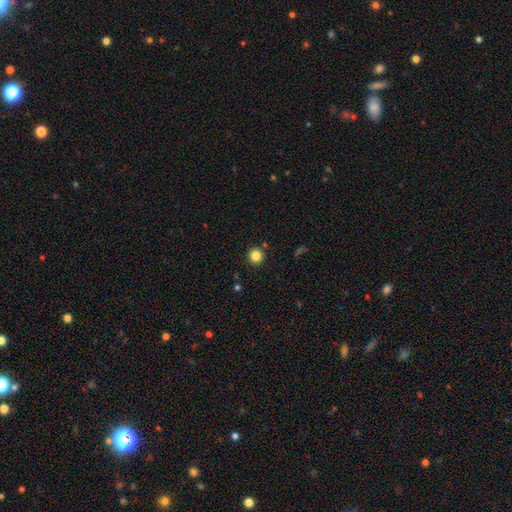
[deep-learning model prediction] smooth 84%, star or artifact 12%, featured or disk 5%. Down the decision tree: how rounded — round (95%); merging — none (90%).